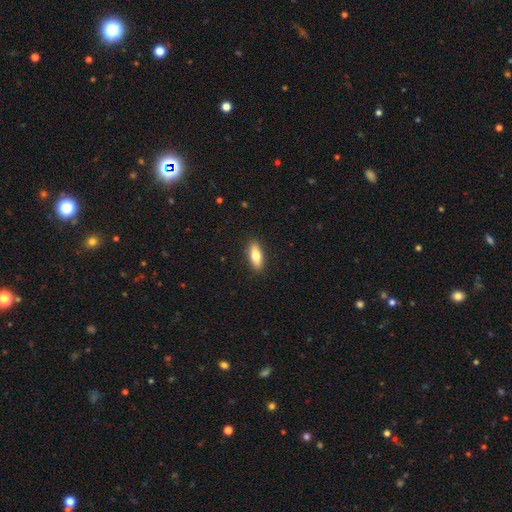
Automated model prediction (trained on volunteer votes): Smooth or featured: smooth — 76% (featured or disk — 18%)
How rounded: in between — 69% (cigar-shaped — 28%)
Merging: none — 90% (minor disturbance — 8%)